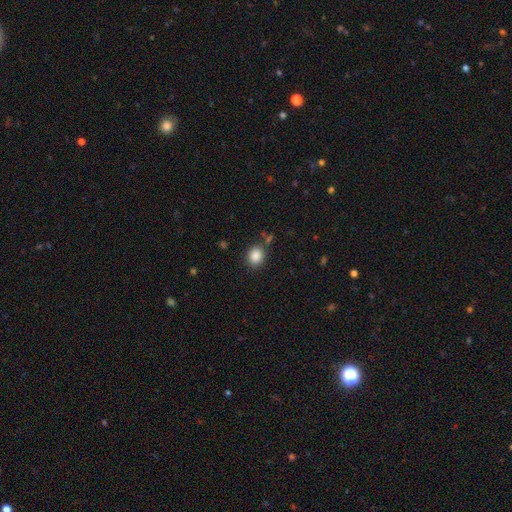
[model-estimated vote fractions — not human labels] A smooth galaxy with no disk features (87%) that is round (68%).

Vote fractions:
- Smooth or featured? smooth: 87% / star or artifact: 9% / featured or disk: 4%
- How rounded? round: 68% / in between: 31% / cigar-shaped: 1%
- Merging? none: 81% / minor disturbance: 10% / merger: 5% / major disturbance: 3%